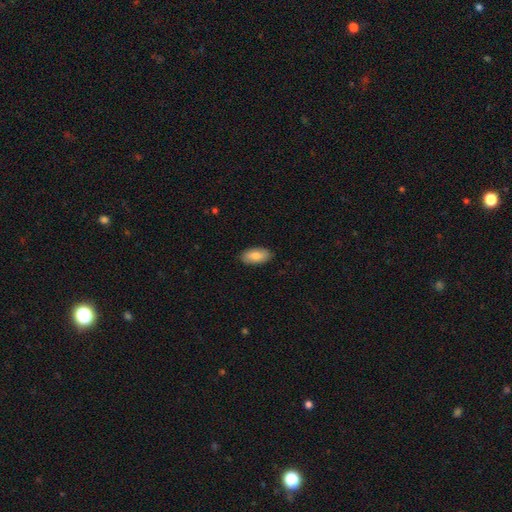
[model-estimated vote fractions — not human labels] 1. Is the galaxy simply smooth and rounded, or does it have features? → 81% smooth, 13% featured or disk, 6% star or artifact.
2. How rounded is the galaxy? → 93% in between, 5% cigar-shaped, 2% round.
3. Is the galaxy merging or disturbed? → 88% none, 9% minor disturbance, 2% major disturbance, 1% merger.